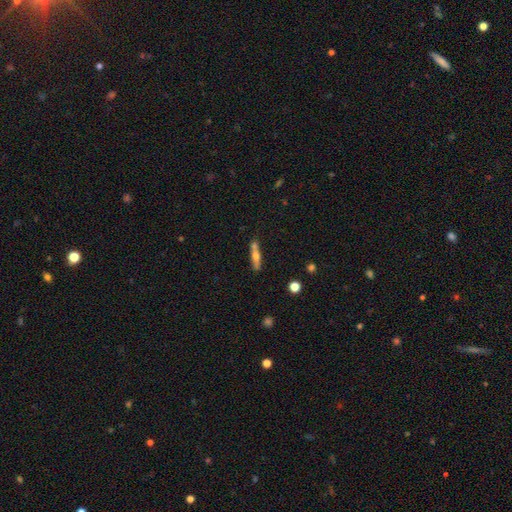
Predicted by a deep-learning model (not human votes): A smooth galaxy with no disk features (51%) that is cigar-shaped (81%). Merging: none (65%).